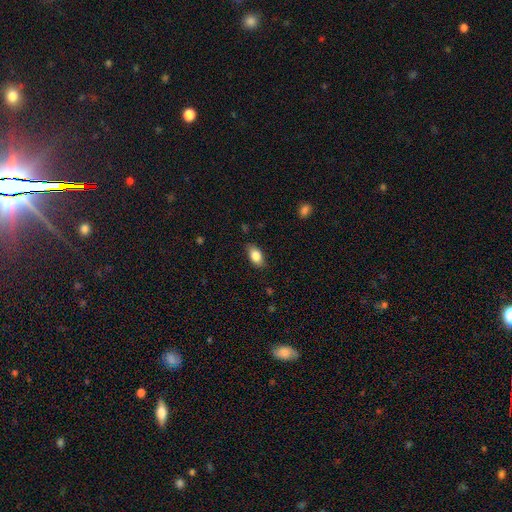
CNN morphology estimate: A smooth galaxy with no disk features (84%) that is in between round and cigar-shaped (88%).

Vote fractions:
- Smooth or featured? smooth: 84% / featured or disk: 9% / star or artifact: 7%
- How rounded? in between: 88% / round: 8% / cigar-shaped: 4%
- Merging? none: 81% / minor disturbance: 15% / major disturbance: 3% / merger: 1%